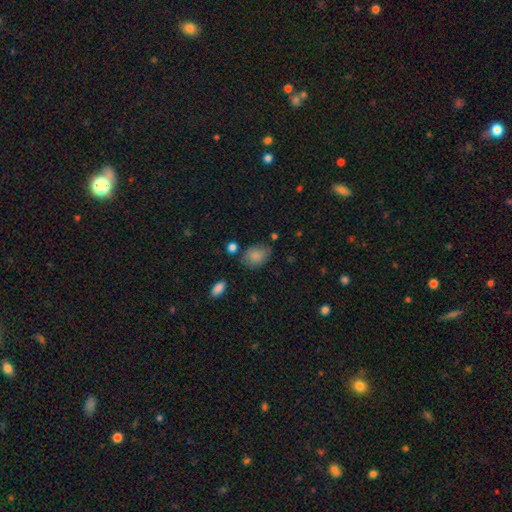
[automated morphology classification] Smooth or featured: smooth — 84% (star or artifact — 8%)
How rounded: in between — 73% (round — 26%)
Merging: none — 68% (minor disturbance — 22%)